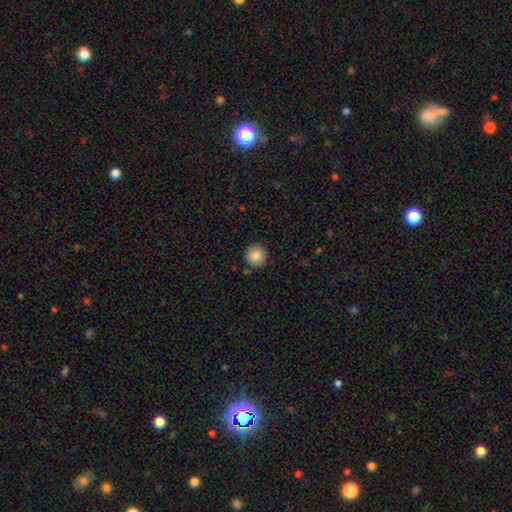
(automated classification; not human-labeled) The model was most divided on "smooth or featured": smooth: 88%, star or artifact: 8%, featured or disk: 4%. More confident: how rounded — round (93%); merging — none (88%).